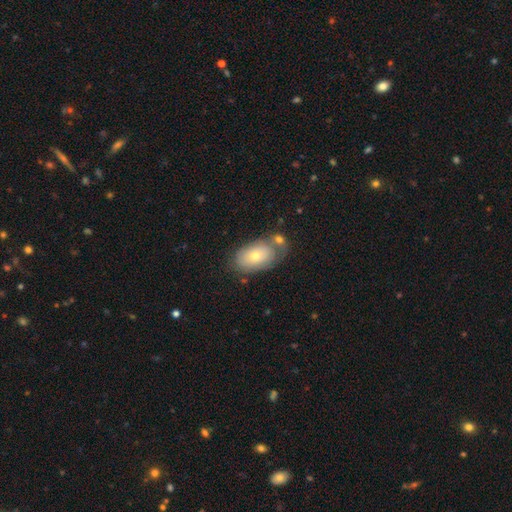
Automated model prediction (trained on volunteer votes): A smooth galaxy with no disk features (62%) that is in between round and cigar-shaped (89%). Merging: none (53%).